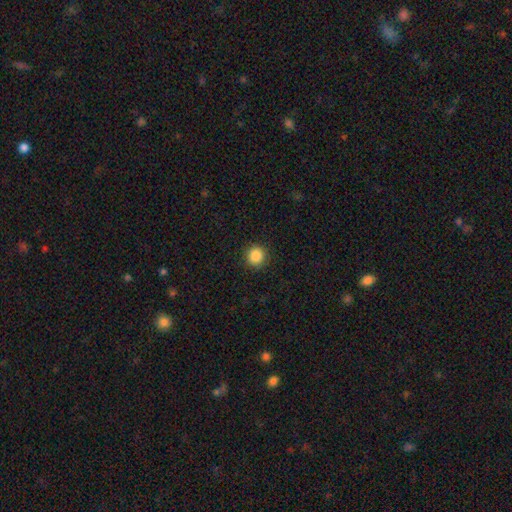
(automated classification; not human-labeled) This is clearly a smooth galaxy (86%). How rounded: clearly round (94%). Merging: clearly none (92%).